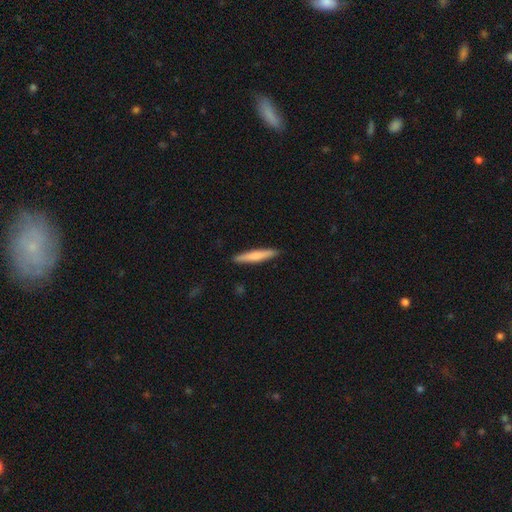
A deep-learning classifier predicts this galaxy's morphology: smooth-or-featured: smooth: 71% | featured or disk: 24% | star or artifact: 5%
  how-rounded: cigar-shaped: 93% | in between: 6% | round: 1%
  merging: none: 91% | minor disturbance: 6% | major disturbance: 1% | merger: 1%